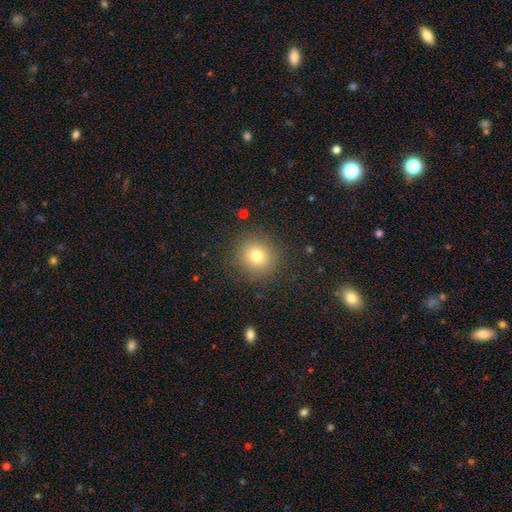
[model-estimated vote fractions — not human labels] The model was most divided on "smooth or featured": smooth: 77%, star or artifact: 14%, featured or disk: 9%. More confident: how rounded — round (91%); merging — none (89%).